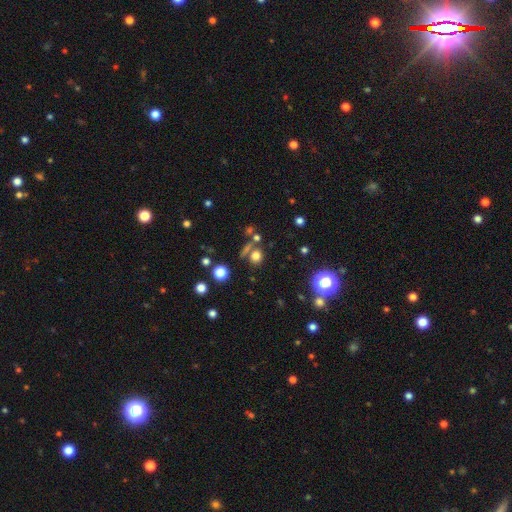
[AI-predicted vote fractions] Smooth or featured? smooth (72%)
How rounded? round (77%)
Merging? none (69%)